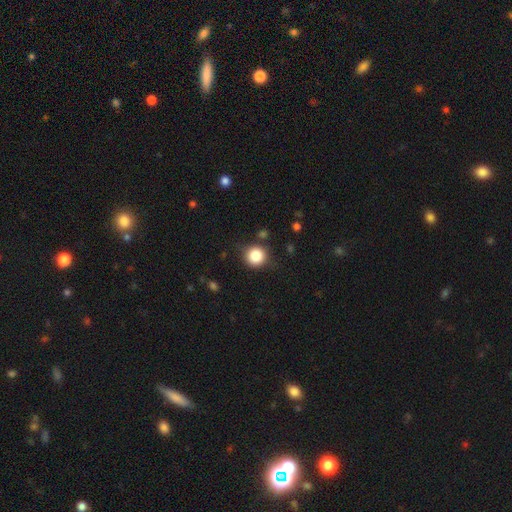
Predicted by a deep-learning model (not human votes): Q: Smooth or featured?
A: smooth (86%); runner-up: star or artifact (10%)
Q: How rounded?
A: round (92%); runner-up: in between (7%)
Q: Merging?
A: none (83%); runner-up: minor disturbance (11%)